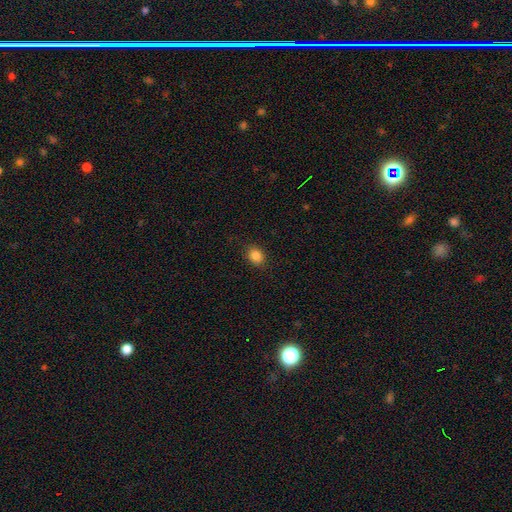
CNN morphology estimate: Smooth or featured? Predicted: smooth (p=0.85). How rounded? Predicted: in between (p=0.51). Merging? Predicted: none (p=0.87).